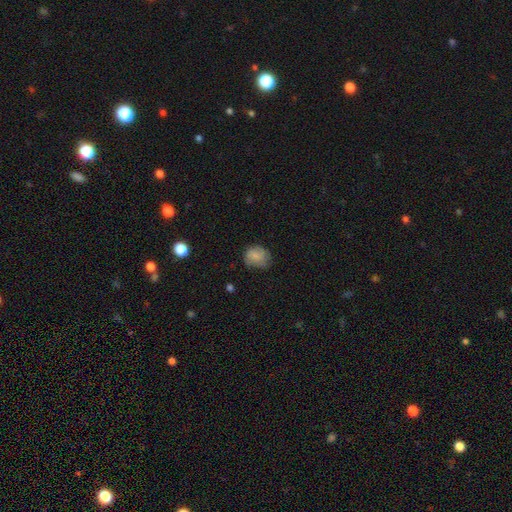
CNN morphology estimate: This appears to be a smooth galaxy with no disk features (78%) that is round (60%). Merging: none (61%).